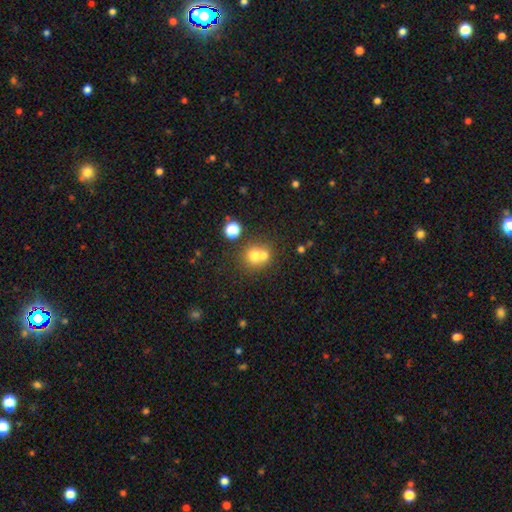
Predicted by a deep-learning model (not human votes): Morphology: type=smooth (70%); roundness=round (84%); merging=merger (50%).